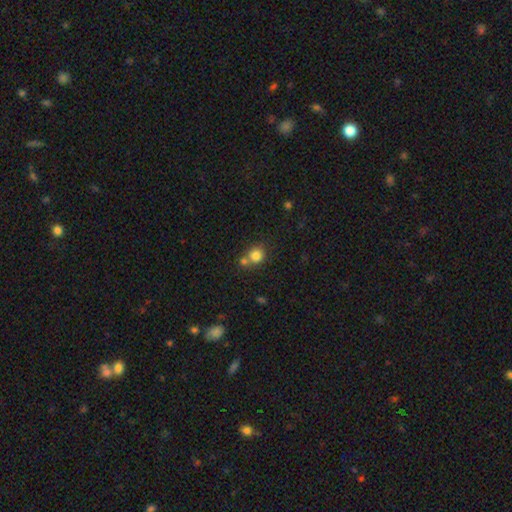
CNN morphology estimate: Q: Smooth or featured?
A: smooth (82%); runner-up: star or artifact (11%)
Q: How rounded?
A: round (86%); runner-up: in between (13%)
Q: Merging?
A: none (55%); runner-up: merger (32%)